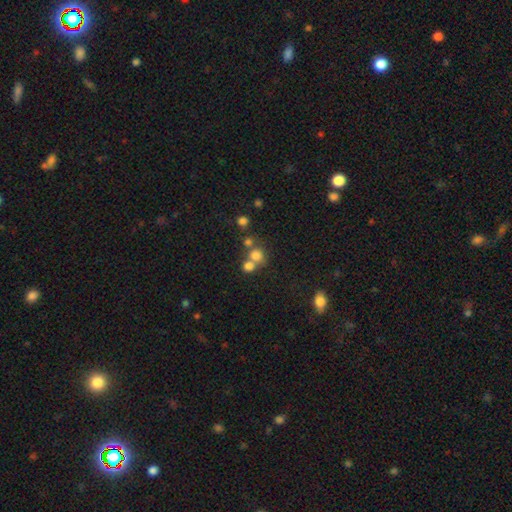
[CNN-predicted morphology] type=smooth (73%); roundness=round (83%); merging=none (46%).